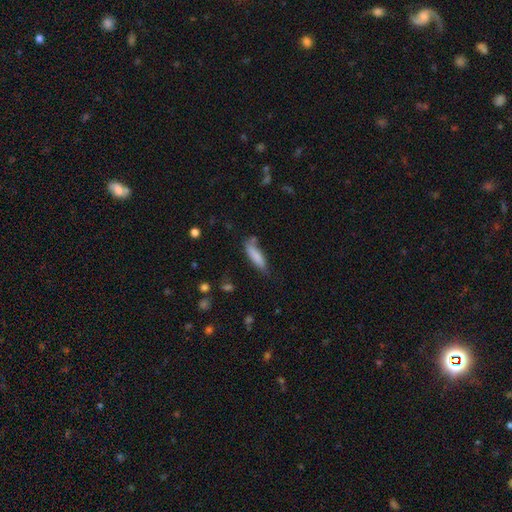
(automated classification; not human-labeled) This is clearly a smooth galaxy (83%). How rounded: likely cigar-shaped (64%). Merging: likely none (62%).